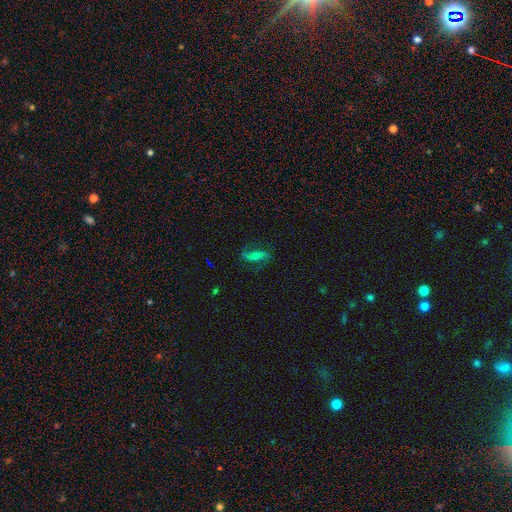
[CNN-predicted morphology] Smooth or featured?
  - featured or disk: 71% *
  - smooth: 19%
  - star or artifact: 10%
Edge-on disk?
  - no: 88% *
  - yes: 12%
Bar?
  - no: 43% *
  - weak: 30%
  - strong: 27%
Spiral arms?
  - yes: 91% *
  - no: 9%
Spiral winding?
  - loose: 62% *
  - medium: 28%
  - tight: 11%
Spiral arm count?
  - 2: 90% *
  - can't tell: 4%
  - 1: 3%
  - 3: 1%
  - 4: 1%
  - more than 4: 1%
Bulge size?
  - moderate: 51% *
  - small: 40%
  - large: 5%
  - none: 3%
  - dominant: 1%
Merging?
  - none: 76% *
  - minor disturbance: 16%
  - major disturbance: 7%
  - merger: 1%